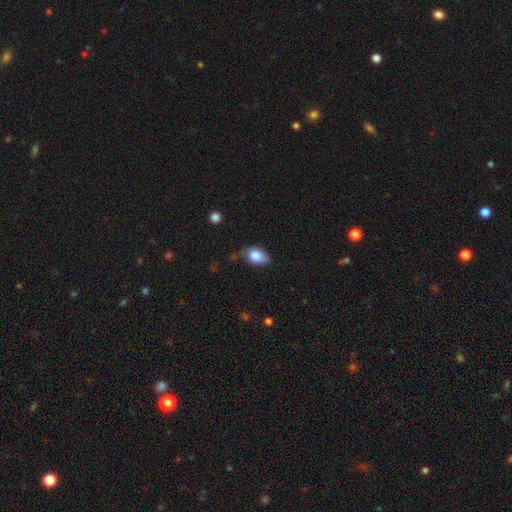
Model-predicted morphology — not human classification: Q: Smooth or featured?
A: smooth (80%); runner-up: featured or disk (13%)
Q: How rounded?
A: in between (83%); runner-up: round (15%)
Q: Merging?
A: none (55%); runner-up: minor disturbance (34%)